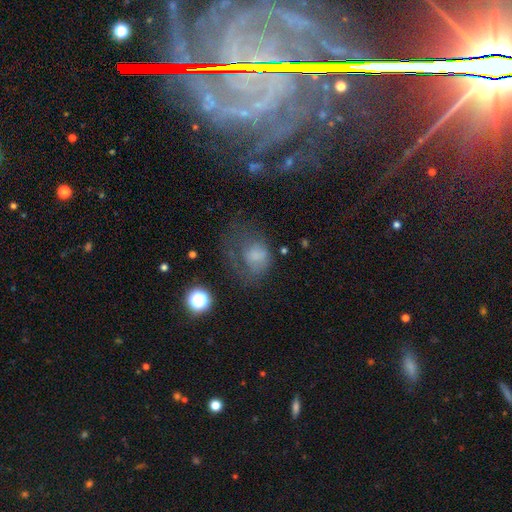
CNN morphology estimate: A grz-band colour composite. It shows a smooth galaxy with no disk features (60%) that is in between round and cigar-shaped (52%). Merging: major disturbance (46%).